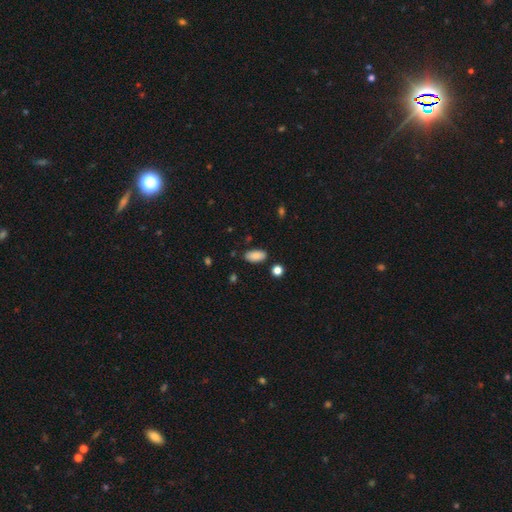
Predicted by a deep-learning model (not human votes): smooth 88%, star or artifact 8%, featured or disk 5%. Down the decision tree: how rounded — in between (91%); merging — none (83%).